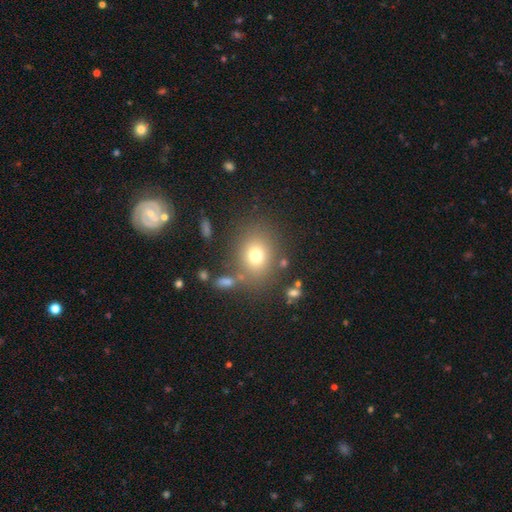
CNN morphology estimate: Q: Smooth or featured?
A: smooth (73%); runner-up: star or artifact (15%)
Q: How rounded?
A: round (62%); runner-up: in between (37%)
Q: Merging?
A: none (77%); runner-up: minor disturbance (11%)